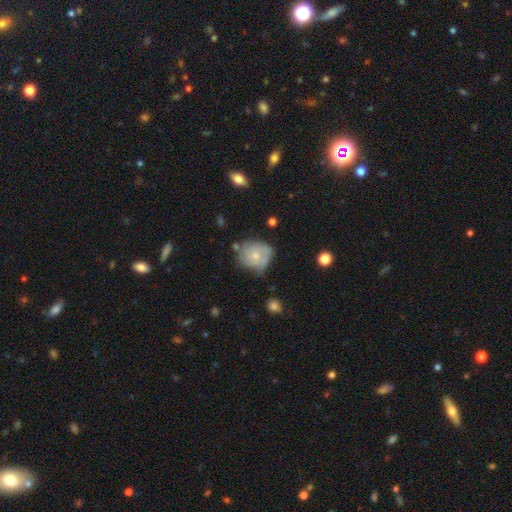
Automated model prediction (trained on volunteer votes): smooth-or-featured: featured or disk: 51% | smooth: 41% | star or artifact: 7%
  disk-edge-on: no: 97% | yes: 3%
    bar: no: 82% | weak: 16% | strong: 2%
    has-spiral-arms: yes: 71% | no: 29%
    bulge-size: small: 57% | moderate: 38% | none: 2% | large: 2% | dominant: 1%
  merging: none: 52% | minor disturbance: 31% | major disturbance: 11% | merger: 7%